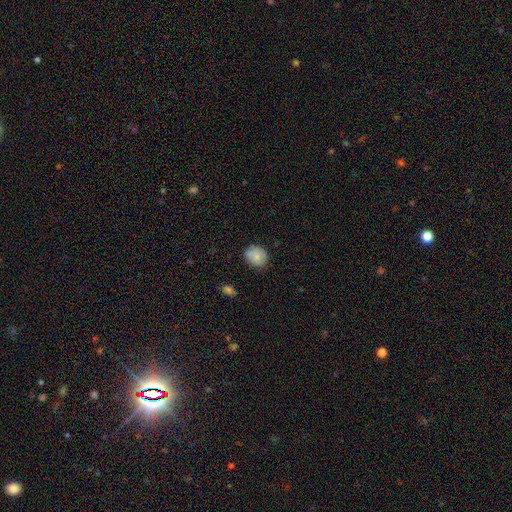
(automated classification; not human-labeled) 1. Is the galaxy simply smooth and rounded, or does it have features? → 78% smooth, 13% featured or disk, 8% star or artifact.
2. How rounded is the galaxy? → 63% round, 36% in between, 1% cigar-shaped.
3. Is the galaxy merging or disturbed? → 71% none, 21% minor disturbance, 4% merger, 4% major disturbance.